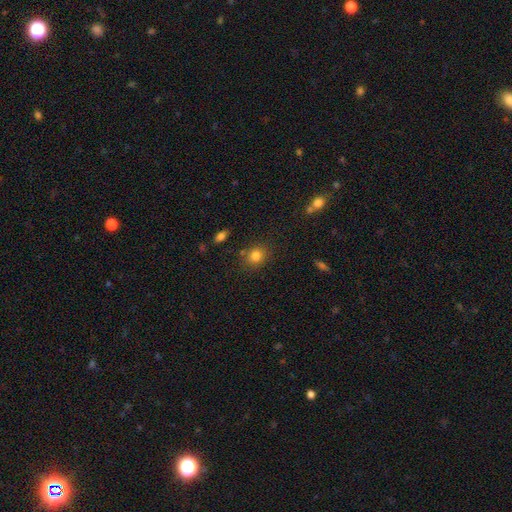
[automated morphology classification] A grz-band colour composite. It shows a smooth galaxy with no disk features (82%) that is round (71%). Merging: none (79%).